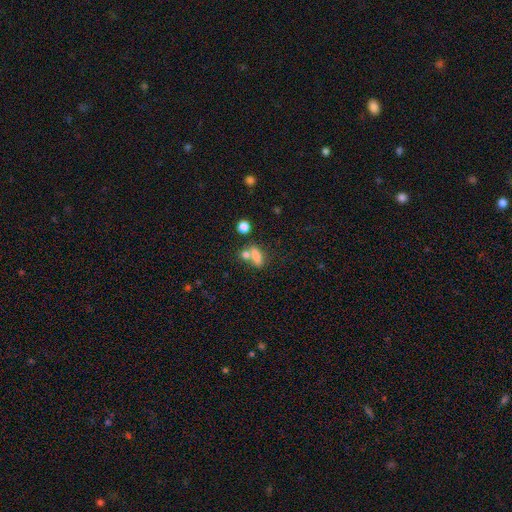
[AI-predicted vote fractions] A smooth galaxy with no disk features (76%) that is in between round and cigar-shaped (58%). Merging: none (49%).